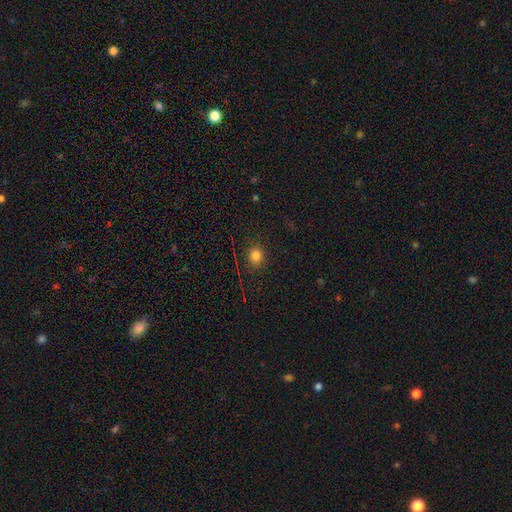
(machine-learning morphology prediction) smooth_or_featured: smooth (p=0.77) [alt: star or artifact p=0.17]
how_rounded: round (p=0.82) [alt: in between p=0.17]
merging: none (p=0.87) [alt: minor disturbance p=0.09]